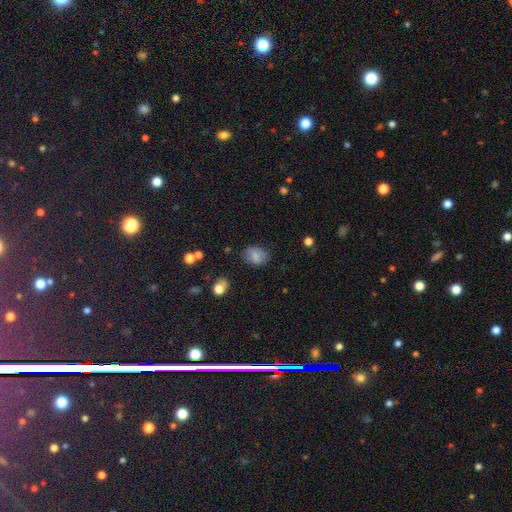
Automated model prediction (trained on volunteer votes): Q: Smooth or featured?
A: smooth (77%); runner-up: featured or disk (14%)
Q: How rounded?
A: in between (65%); runner-up: round (33%)
Q: Merging?
A: none (79%); runner-up: minor disturbance (15%)